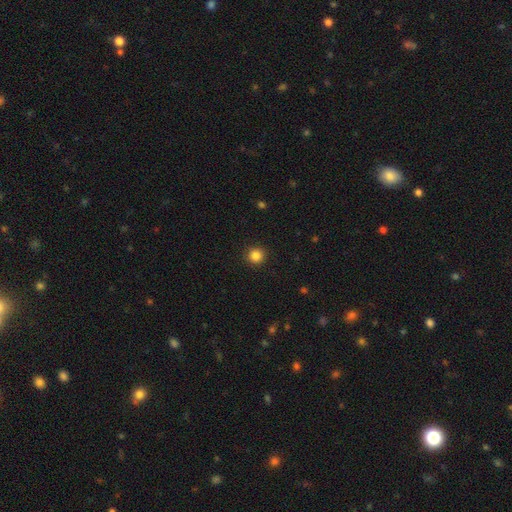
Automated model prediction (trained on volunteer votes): A smooth galaxy with no disk features (85%) that is round (94%).

Vote fractions:
- Smooth or featured? smooth: 85% / star or artifact: 11% / featured or disk: 4%
- How rounded? round: 94% / in between: 5% / cigar-shaped: 1%
- Merging? none: 92% / minor disturbance: 5% / major disturbance: 2% / merger: 1%